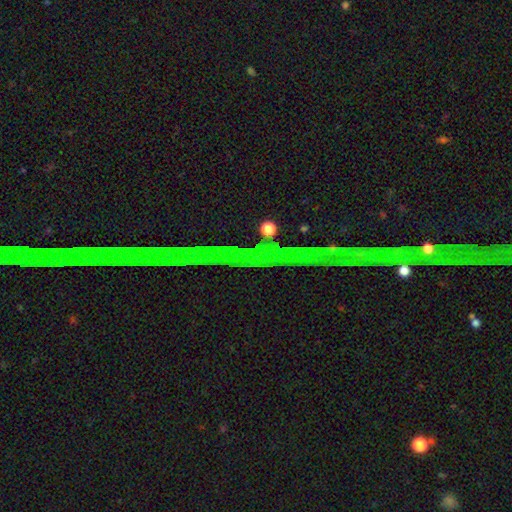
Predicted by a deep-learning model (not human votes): smooth_or_featured: star or artifact (p=0.86) [alt: featured or disk p=0.08]